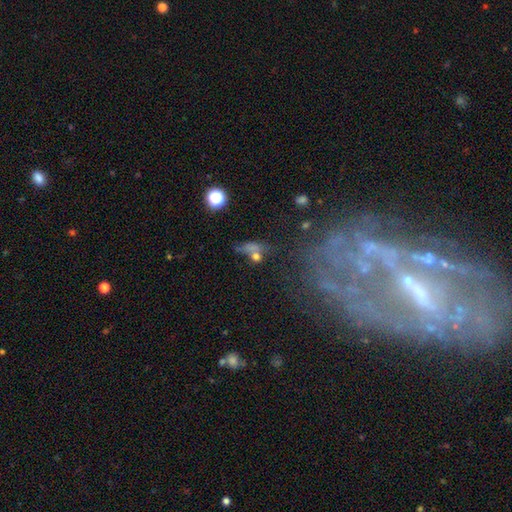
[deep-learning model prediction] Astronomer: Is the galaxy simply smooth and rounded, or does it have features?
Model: smooth — 48% (runner-up: star or artifact, 28%).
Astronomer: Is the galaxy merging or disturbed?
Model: none — 40% (runner-up: merger, 22%).